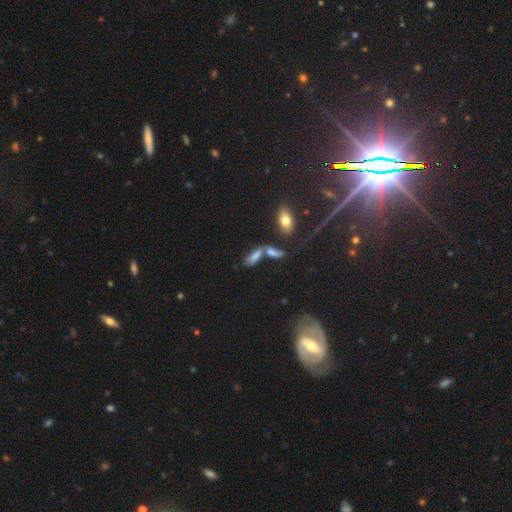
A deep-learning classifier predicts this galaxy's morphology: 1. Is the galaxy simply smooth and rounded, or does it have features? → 55% smooth, 26% featured or disk, 19% star or artifact.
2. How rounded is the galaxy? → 58% in between, 36% cigar-shaped, 5% round.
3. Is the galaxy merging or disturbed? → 45% none, 33% merger, 15% minor disturbance, 8% major disturbance.